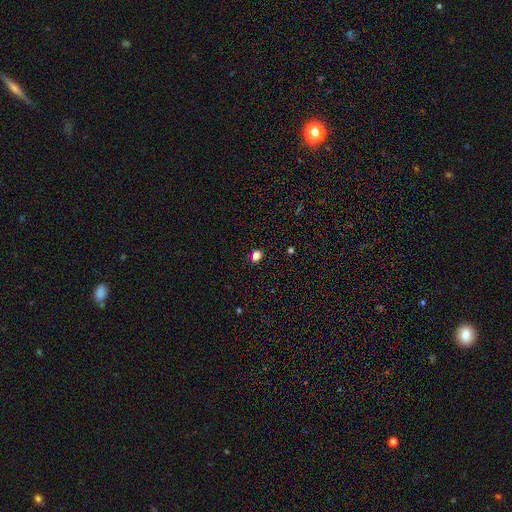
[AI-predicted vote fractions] A smooth galaxy with no disk features (79%) that is in between round and cigar-shaped (56%). Merging: none (90%).